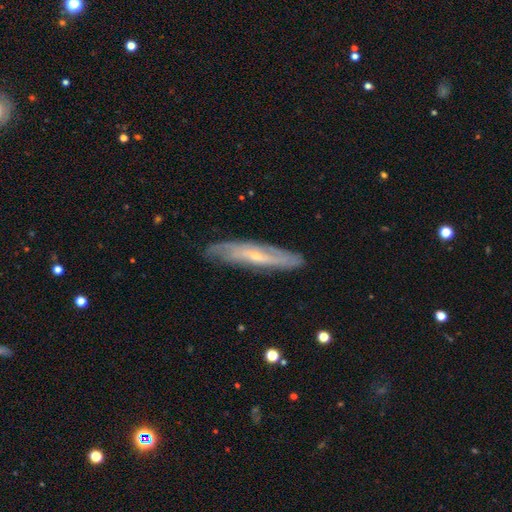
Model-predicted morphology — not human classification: type=featured or disk (72%); edge-on=no (53%); merging=none (79%).